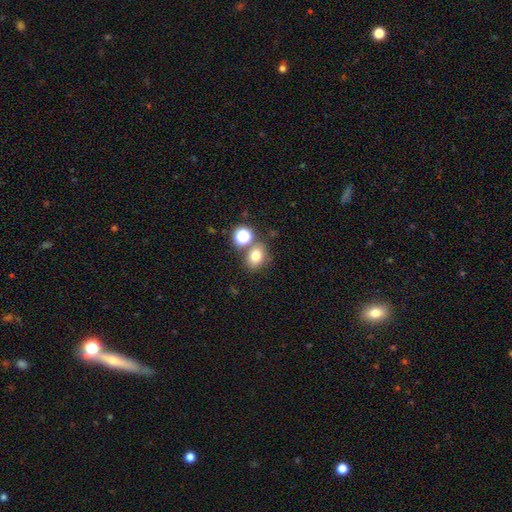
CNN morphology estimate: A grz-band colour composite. It shows a smooth galaxy with no disk features (75%) that is round (53%). Merging: none (67%).